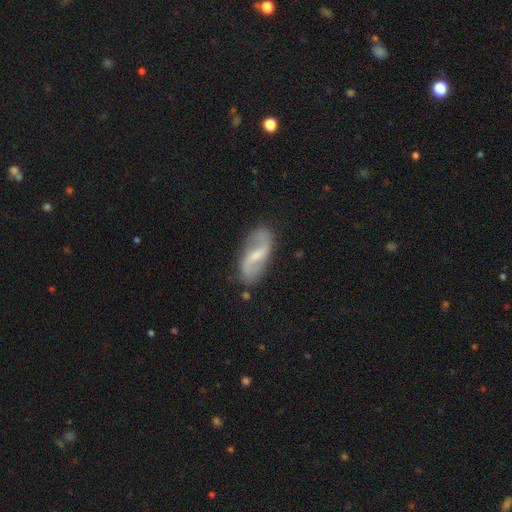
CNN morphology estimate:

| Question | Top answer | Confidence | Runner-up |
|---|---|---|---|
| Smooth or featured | featured or disk | 80% | smooth (14%) |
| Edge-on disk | no | 95% | yes (5%) |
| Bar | weak | 48% | strong (34%) |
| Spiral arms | yes | 91% | no (9%) |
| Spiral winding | loose | 66% | medium (25%) |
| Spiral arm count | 2 | 91% | can't tell (4%) |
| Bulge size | small | 61% | moderate (26%) |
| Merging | none | 82% | minor disturbance (13%) |